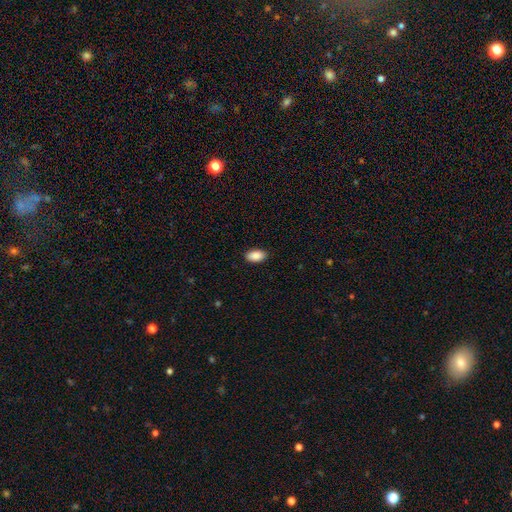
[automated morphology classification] This appears to be a smooth galaxy with no disk features (90%) that is in between round and cigar-shaped (94%). Merging: none (89%).